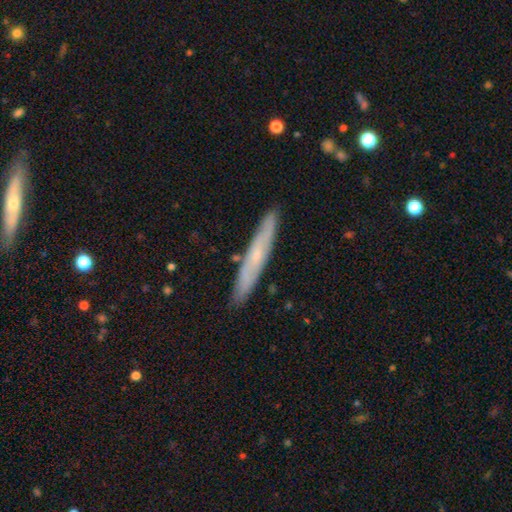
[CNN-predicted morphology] A featured or disk galaxy (51%) viewed edge-on (83%).

Vote fractions:
- Smooth or featured? featured or disk: 51% / smooth: 43% / star or artifact: 6%
- Edge-on disk? yes: 83% / no: 17%
- Merging? none: 88% / minor disturbance: 9% / merger: 2% / major disturbance: 2%